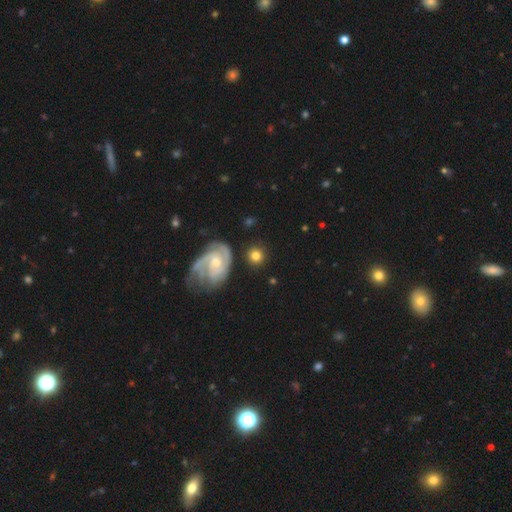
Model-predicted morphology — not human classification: smooth 69%, featured or disk 23%, star or artifact 8%. Down the decision tree: how rounded — round (87%); merging — none (79%).